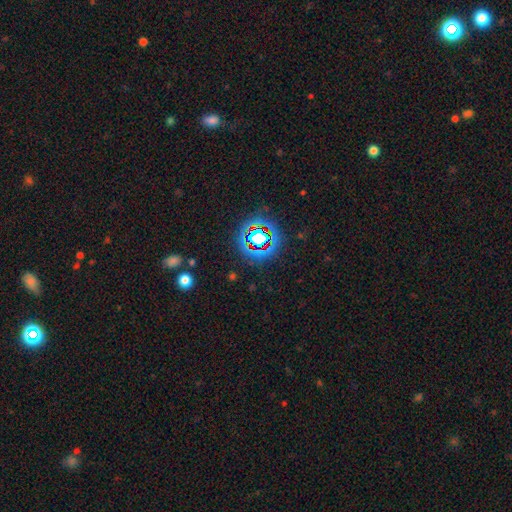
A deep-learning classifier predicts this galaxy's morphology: Smooth or featured: star or artifact — 63% (smooth — 23%)